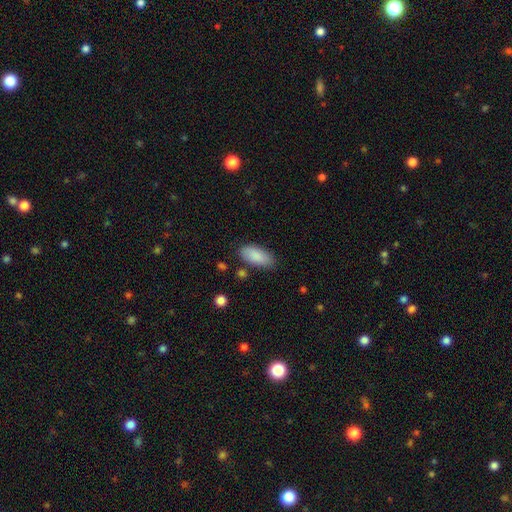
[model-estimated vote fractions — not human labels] A smooth galaxy with no disk features (88%) that is in between round and cigar-shaped (89%).

Vote fractions:
- Smooth or featured? smooth: 88% / star or artifact: 6% / featured or disk: 6%
- How rounded? in between: 89% / cigar-shaped: 9% / round: 2%
- Merging? none: 80% / minor disturbance: 14% / major disturbance: 3% / merger: 3%